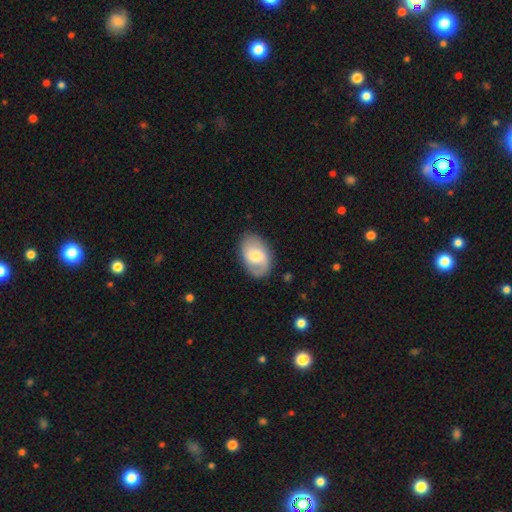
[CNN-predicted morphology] This is possibly a featured or disk galaxy (47%, tied with smooth). Merging: clearly none (81%).